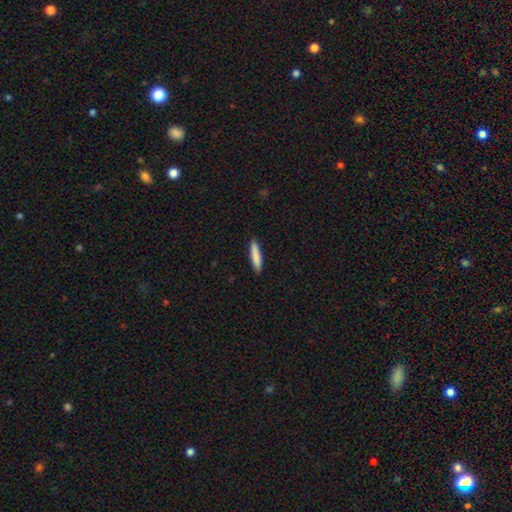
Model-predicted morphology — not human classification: Smooth or featured? Predicted: smooth (p=0.85). How rounded? Predicted: cigar-shaped (p=0.89). Merging? Predicted: none (p=0.91).